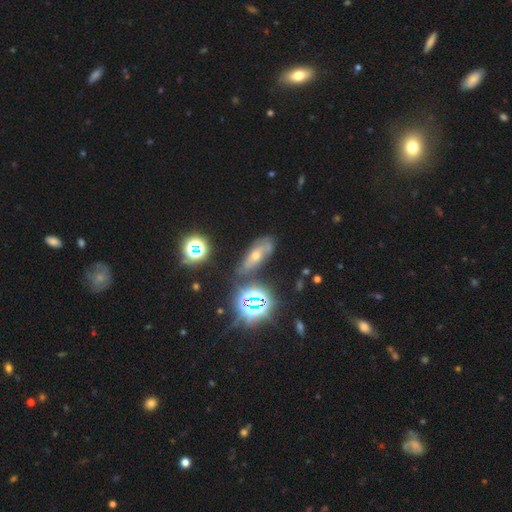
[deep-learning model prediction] star or artifact 40%, featured or disk 35%, smooth 25%.